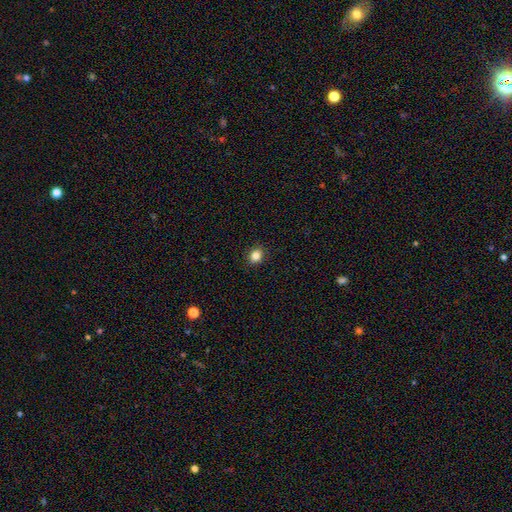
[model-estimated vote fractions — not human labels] Smooth or featured: smooth — 84% (star or artifact — 11%)
How rounded: round — 71% (in between — 28%)
Merging: none — 91% (minor disturbance — 6%)